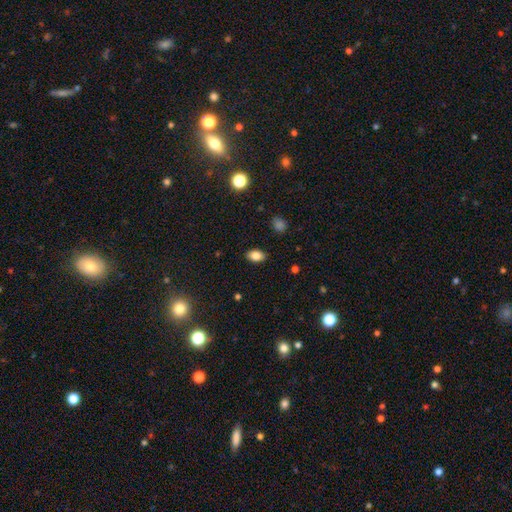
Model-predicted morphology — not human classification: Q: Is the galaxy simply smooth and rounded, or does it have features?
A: smooth — 83%.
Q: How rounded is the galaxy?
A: in between — 85%.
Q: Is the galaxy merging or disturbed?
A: none — 87%.